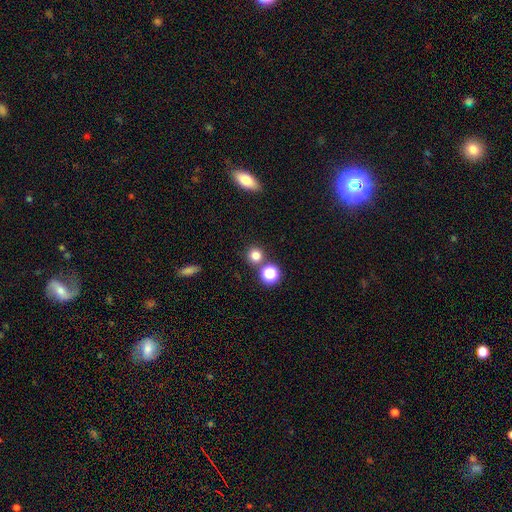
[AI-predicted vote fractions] smooth-or-featured: smooth: 78% | star or artifact: 17% | featured or disk: 6%
  how-rounded: round: 91% | in between: 8% | cigar-shaped: 1%
  merging: none: 78% | merger: 13% | minor disturbance: 7% | major disturbance: 3%